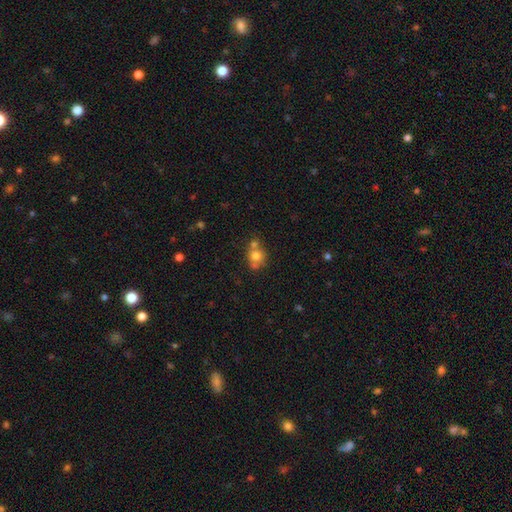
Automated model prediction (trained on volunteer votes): Q: Smooth or featured?
A: smooth (71%); runner-up: featured or disk (16%)
Q: How rounded?
A: round (80%); runner-up: in between (19%)
Q: Merging?
A: none (46%); runner-up: merger (41%)